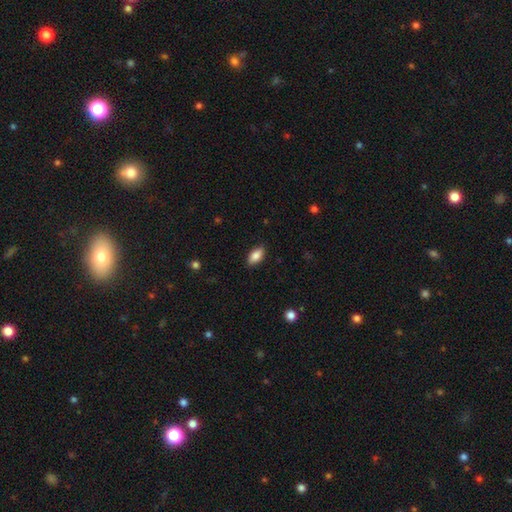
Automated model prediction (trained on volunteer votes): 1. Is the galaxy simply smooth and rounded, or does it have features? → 85% smooth, 8% featured or disk, 7% star or artifact.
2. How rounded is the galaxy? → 91% in between, 5% cigar-shaped, 3% round.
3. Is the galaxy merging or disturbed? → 87% none, 10% minor disturbance, 2% major disturbance, 1% merger.